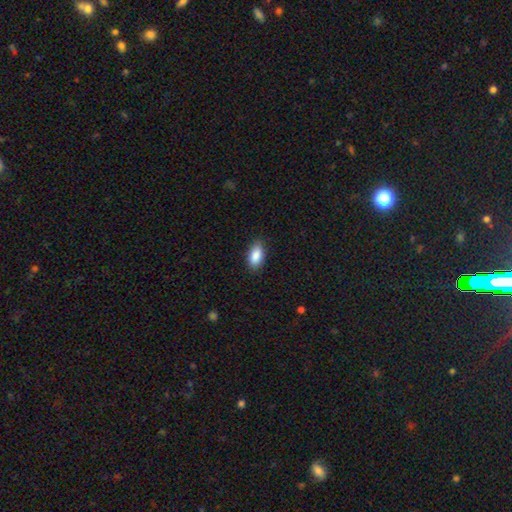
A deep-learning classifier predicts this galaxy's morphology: A smooth galaxy with no disk features (89%) that is in between round and cigar-shaped (92%).

Vote fractions:
- Smooth or featured? smooth: 89% / star or artifact: 7% / featured or disk: 4%
- How rounded? in between: 92% / cigar-shaped: 5% / round: 3%
- Merging? none: 86% / minor disturbance: 11% / major disturbance: 2% / merger: 1%